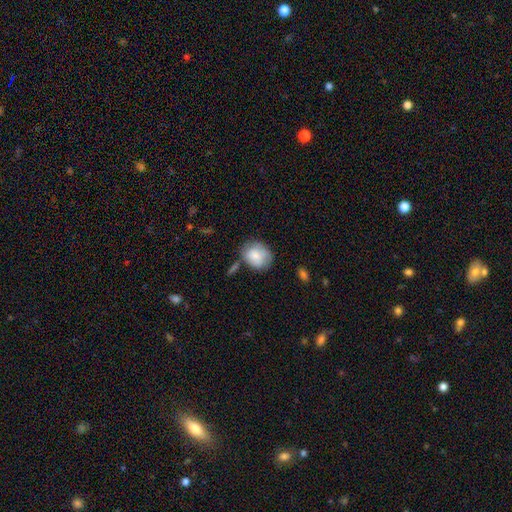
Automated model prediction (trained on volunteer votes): A smooth galaxy with no disk features (78%) that is round (55%).

Vote fractions:
- Smooth or featured? smooth: 78% / featured or disk: 15% / star or artifact: 7%
- How rounded? round: 55% / in between: 44% / cigar-shaped: 1%
- Merging? none: 58% / minor disturbance: 25% / merger: 9% / major disturbance: 8%